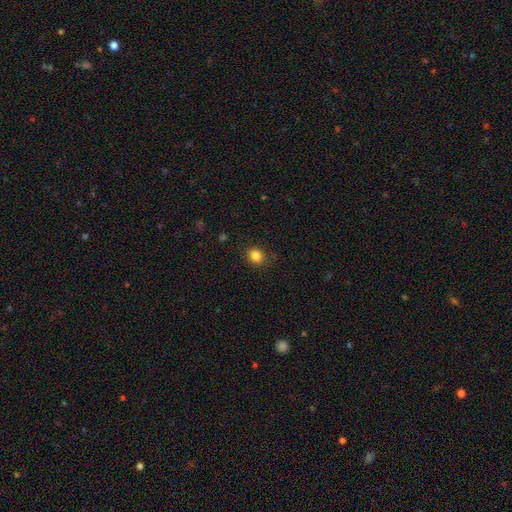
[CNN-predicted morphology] Smooth or featured? smooth (84%)
How rounded? round (71%)
Merging? none (86%)